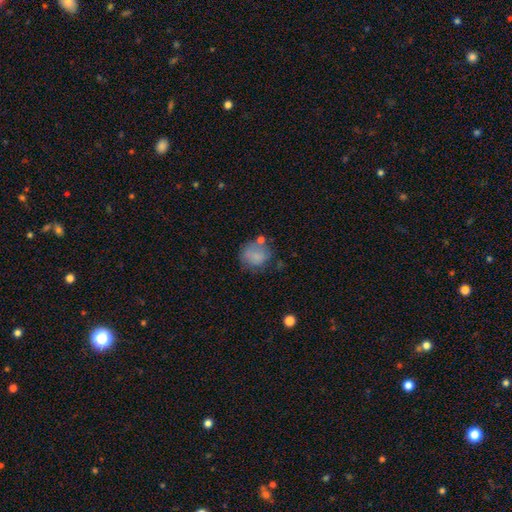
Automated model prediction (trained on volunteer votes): Smooth or featured: smooth — 73% (featured or disk — 17%)
How rounded: round — 78% (in between — 21%)
Merging: none — 55% (minor disturbance — 23%)